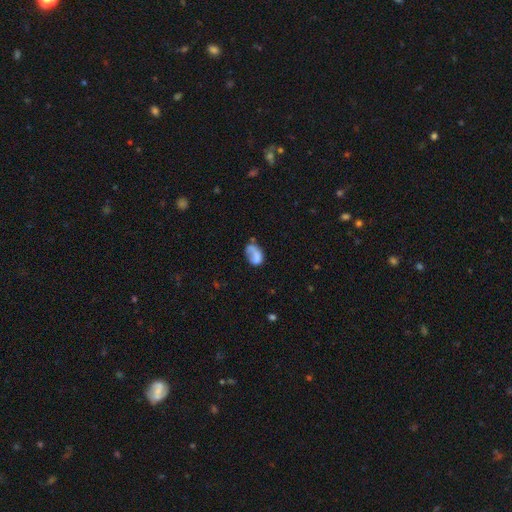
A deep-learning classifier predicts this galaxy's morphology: Q: Smooth or featured?
A: smooth (60%); runner-up: featured or disk (30%)
Q: How rounded?
A: in between (83%); runner-up: round (16%)
Q: Merging?
A: none (33%); runner-up: major disturbance (31%)